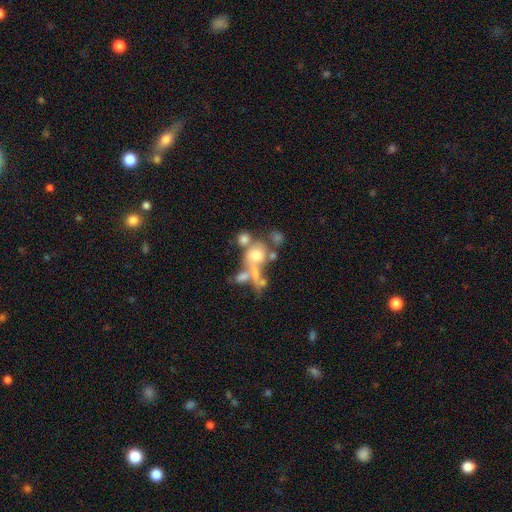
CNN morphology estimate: Smooth or featured? Predicted: smooth (p=0.47). Merging? Predicted: merger (p=0.47).